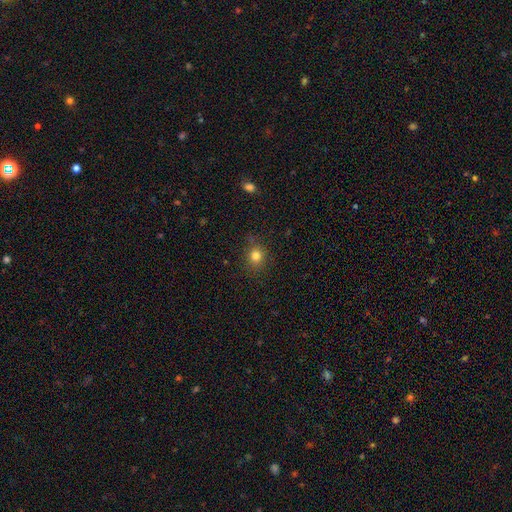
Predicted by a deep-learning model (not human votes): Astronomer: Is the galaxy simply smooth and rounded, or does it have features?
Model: smooth — 79%.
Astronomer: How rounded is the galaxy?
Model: round — 81%.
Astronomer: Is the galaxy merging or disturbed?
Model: none — 83%.